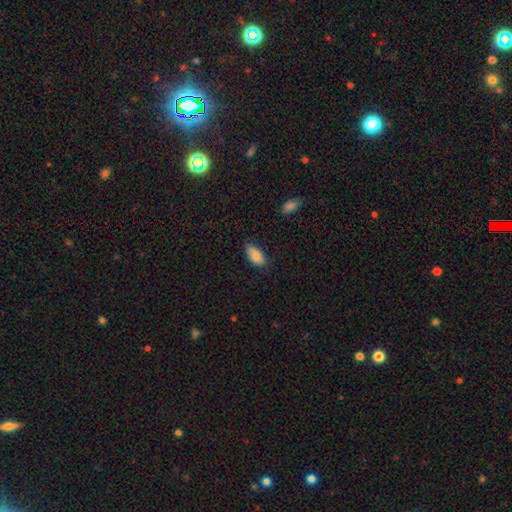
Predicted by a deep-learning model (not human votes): A smooth galaxy with no disk features (86%) that is in between round and cigar-shaped (93%). Merging: none (77%).